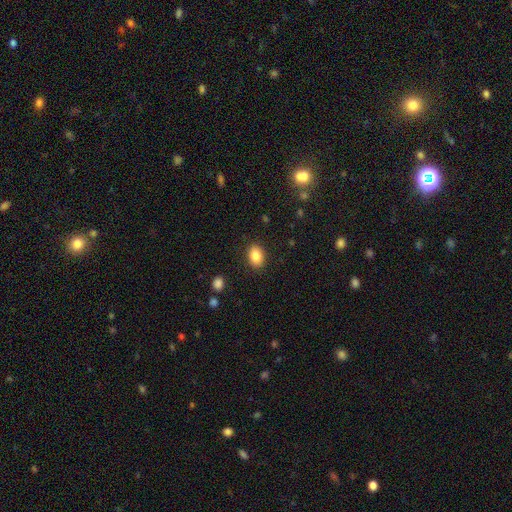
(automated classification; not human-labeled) smooth_or_featured: smooth (p=0.85) [alt: star or artifact p=0.09]
how_rounded: in between (p=0.79) [alt: round p=0.20]
merging: none (p=0.88) [alt: minor disturbance p=0.08]